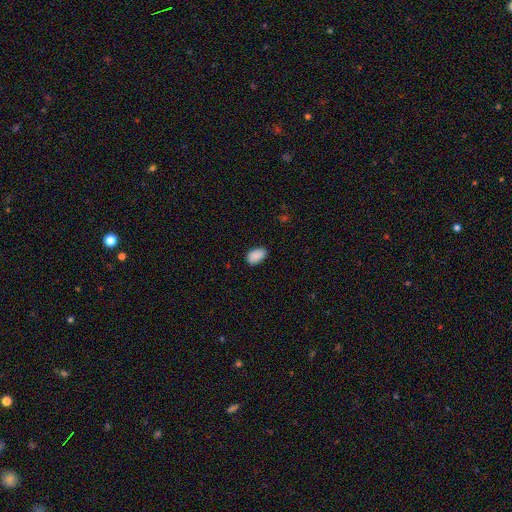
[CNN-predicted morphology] Smooth or featured: smooth — 89% (star or artifact — 7%)
How rounded: in between — 91% (round — 7%)
Merging: none — 81% (minor disturbance — 15%)